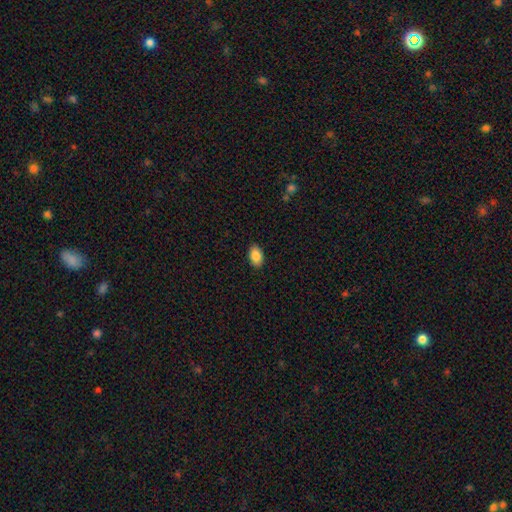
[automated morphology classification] Smooth or featured? smooth (87%)
How rounded? in between (90%)
Merging? none (89%)